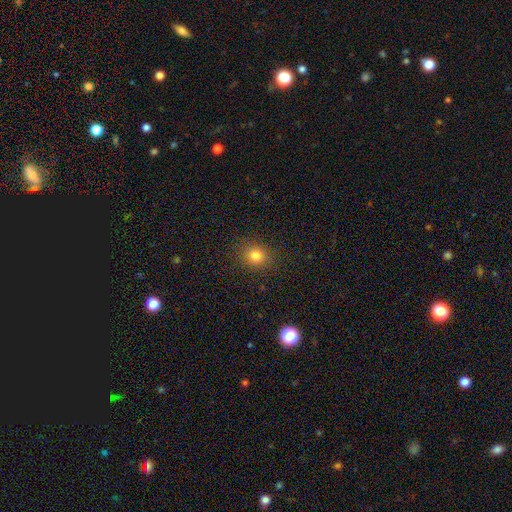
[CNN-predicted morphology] The model was most divided on "how rounded": round: 80%, in between: 19%, cigar-shaped: 1%. More confident: merging — none (89%); smooth or featured — smooth (81%).